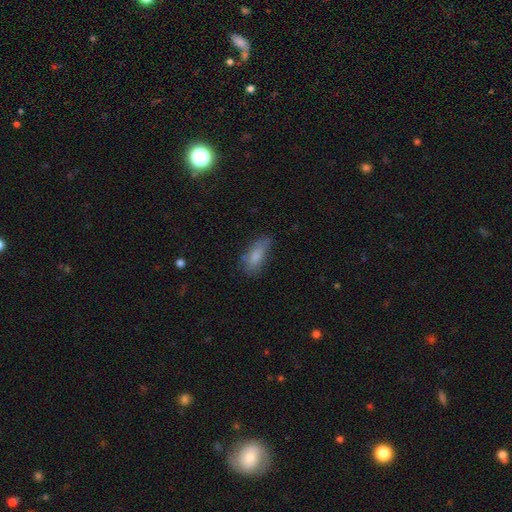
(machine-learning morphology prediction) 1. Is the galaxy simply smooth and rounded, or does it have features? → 76% smooth, 15% featured or disk, 9% star or artifact.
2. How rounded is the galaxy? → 79% in between, 18% cigar-shaped, 3% round.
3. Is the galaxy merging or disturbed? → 56% none, 30% minor disturbance, 11% major disturbance, 3% merger.